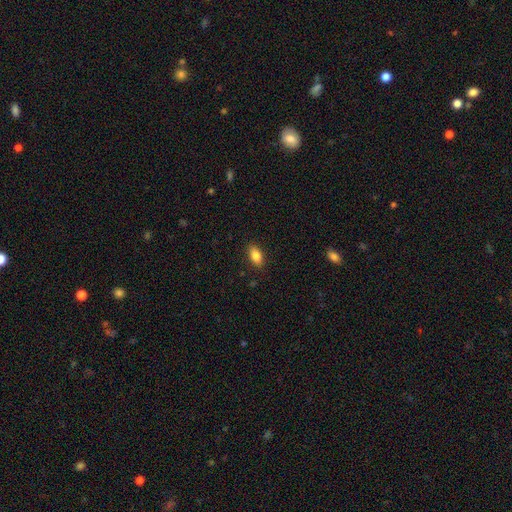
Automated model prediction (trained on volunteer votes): A smooth galaxy with no disk features (85%) that is in between round and cigar-shaped (89%). Merging: none (88%).